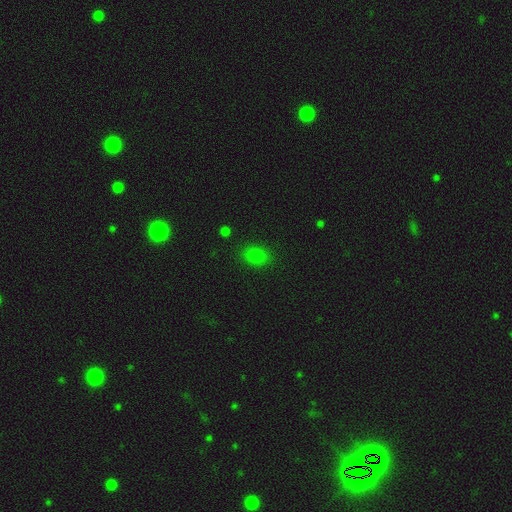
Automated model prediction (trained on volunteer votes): Smooth or featured: smooth — 80% (star or artifact — 15%)
How rounded: in between — 67% (round — 32%)
Merging: none — 84% (minor disturbance — 11%)